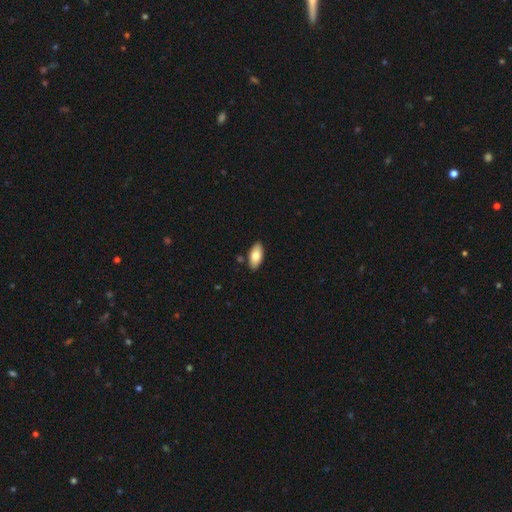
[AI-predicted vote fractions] A smooth galaxy with no disk features (79%) that is in between round and cigar-shaped (92%).

Vote fractions:
- Smooth or featured? smooth: 79% / featured or disk: 14% / star or artifact: 6%
- How rounded? in between: 92% / cigar-shaped: 6% / round: 2%
- Merging? none: 87% / minor disturbance: 9% / merger: 2% / major disturbance: 2%